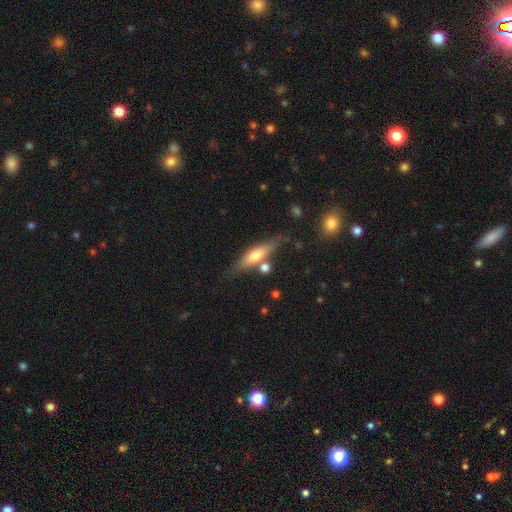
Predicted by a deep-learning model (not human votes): Q: Smooth or featured?
A: smooth (54%); runner-up: featured or disk (40%)
Q: How rounded?
A: cigar-shaped (68%); runner-up: in between (30%)
Q: Merging?
A: none (68%); runner-up: minor disturbance (16%)